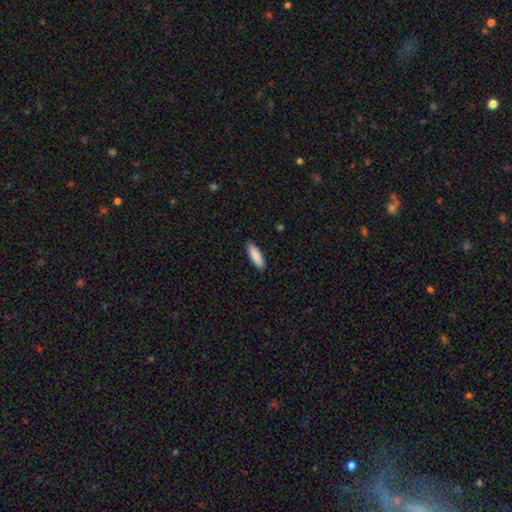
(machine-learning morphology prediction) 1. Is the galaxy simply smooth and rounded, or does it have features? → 88% smooth, 7% featured or disk, 5% star or artifact.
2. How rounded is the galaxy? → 50% in between, 49% cigar-shaped, 1% round.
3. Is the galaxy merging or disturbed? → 88% none, 9% minor disturbance, 2% major disturbance, 1% merger.